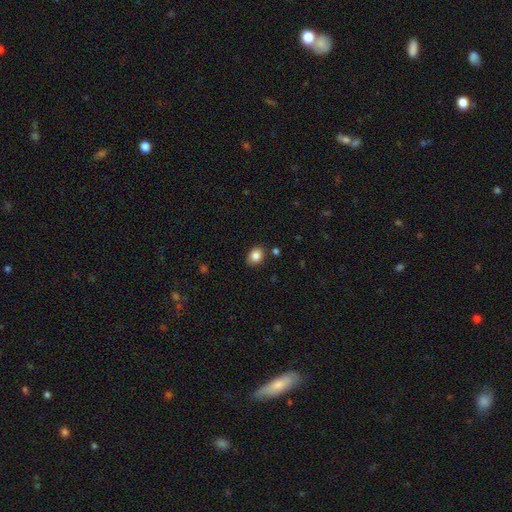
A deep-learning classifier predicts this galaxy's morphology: The model was most divided on "how rounded": in between: 55%, round: 44%, cigar-shaped: 1%. More confident: smooth or featured — smooth (85%); merging — none (82%).